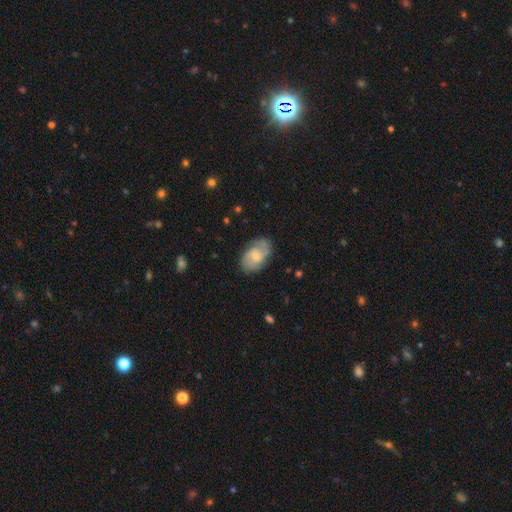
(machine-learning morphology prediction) type=featured or disk (62%); edge-on=no (96%); bar=no (56%); spiral arms=yes (87%); winding=medium (44%); arm count=2 (62%); bulge=small (56%); merging=none (72%).